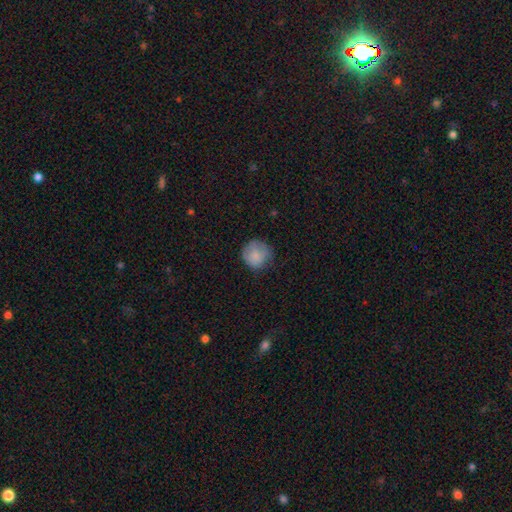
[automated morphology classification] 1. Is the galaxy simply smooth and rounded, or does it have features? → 81% smooth, 11% featured or disk, 8% star or artifact.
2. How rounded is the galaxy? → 90% round, 9% in between, 1% cigar-shaped.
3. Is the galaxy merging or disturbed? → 69% none, 23% minor disturbance, 7% major disturbance, 1% merger.